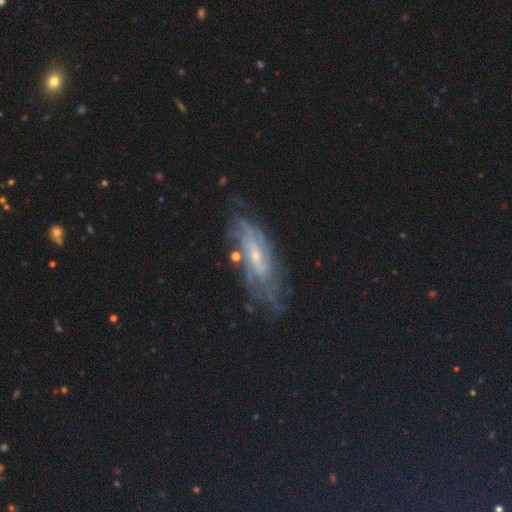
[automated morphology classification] This is likely a featured or disk galaxy (75%). It is clearly not viewed edge-on (80%). Bar: possibly no (47%). Spiral arm pattern: clearly yes (85%). Spiral arm count: likely can't tell (60%). Spiral winding: possibly tight (57%). Central bulge: likely small (68%). Merging: likely none (69%).